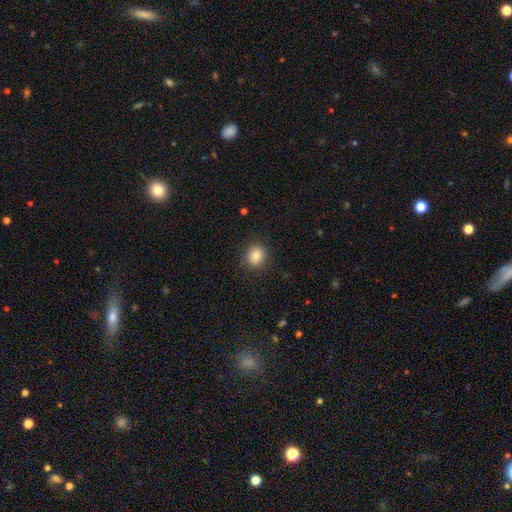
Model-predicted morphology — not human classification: smooth-or-featured: smooth: 85% | star or artifact: 10% | featured or disk: 5%
  how-rounded: round: 73% | in between: 26% | cigar-shaped: 1%
  merging: none: 88% | minor disturbance: 9% | major disturbance: 3% | merger: 1%